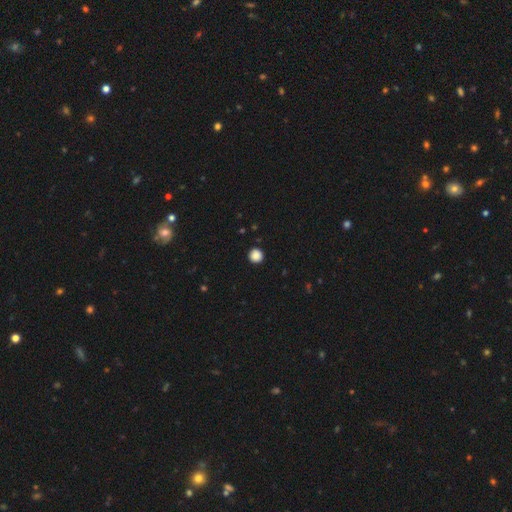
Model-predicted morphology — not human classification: The model was most divided on "smooth or featured": smooth: 88%, star or artifact: 10%, featured or disk: 3%. More confident: how rounded — round (95%); merging — none (93%).